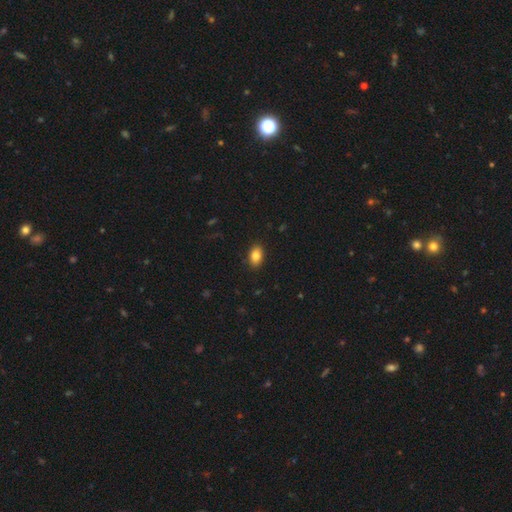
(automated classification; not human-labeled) Morphology: type=smooth (85%); roundness=in between (87%); merging=none (89%).